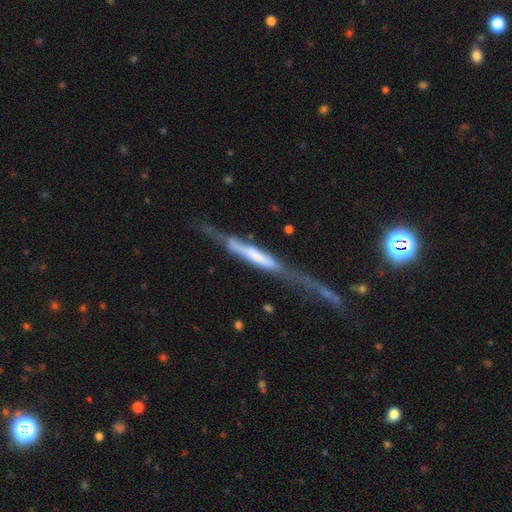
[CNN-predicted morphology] This is likely a featured or disk galaxy (61%). It is clearly viewed edge-on (80%). Merging: marginally major disturbance (39%).